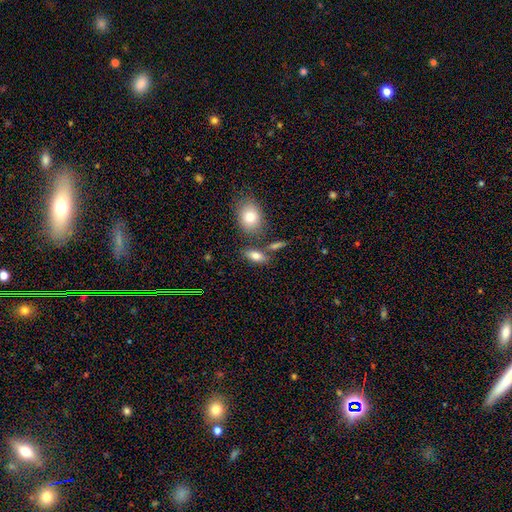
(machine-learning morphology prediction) Smooth or featured: smooth — 78% (featured or disk — 13%)
How rounded: in between — 82% (cigar-shaped — 11%)
Merging: none — 69% (merger — 15%)